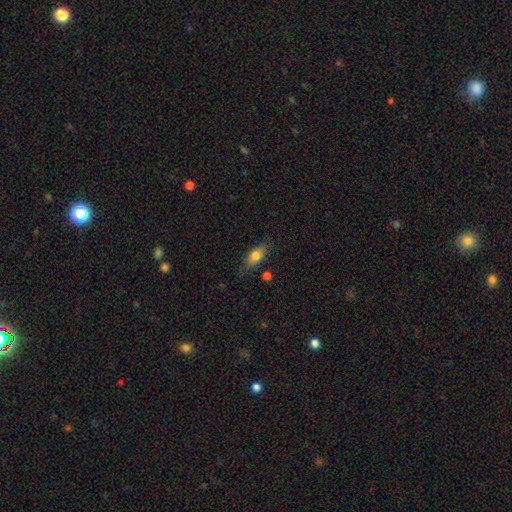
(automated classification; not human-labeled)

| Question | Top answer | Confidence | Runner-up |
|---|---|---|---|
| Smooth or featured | smooth | 73% | featured or disk (19%) |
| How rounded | in between | 76% | cigar-shaped (19%) |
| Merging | none | 72% | minor disturbance (20%) |